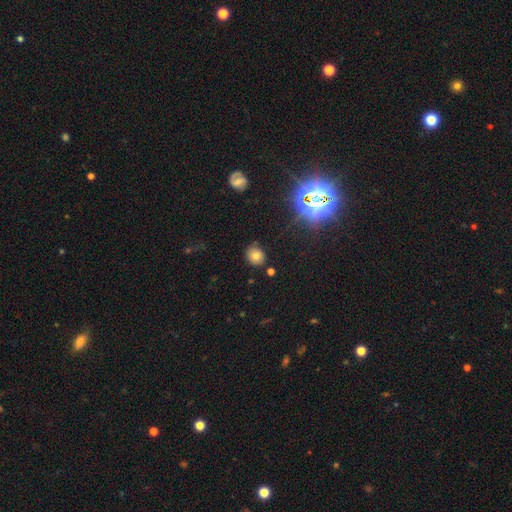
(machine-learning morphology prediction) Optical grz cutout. It shows a smooth galaxy with no disk features (71%) that is round (71%). Merging: none (78%).